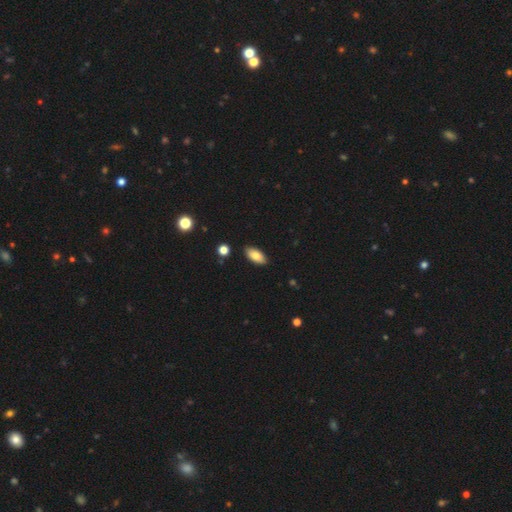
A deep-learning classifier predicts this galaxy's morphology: Smooth or featured? smooth (81%)
How rounded? in between (90%)
Merging? none (88%)